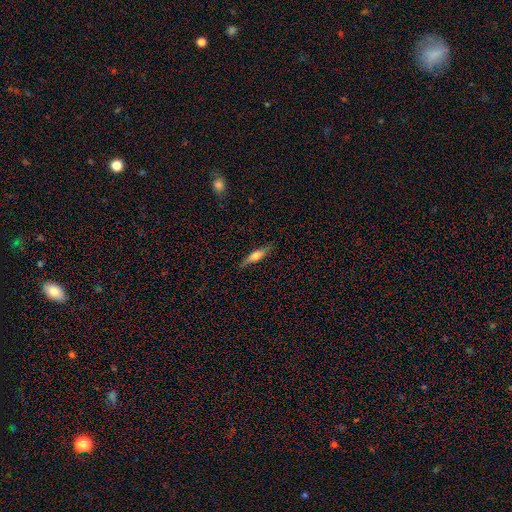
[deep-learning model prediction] This is possibly a smooth galaxy (58%). How rounded: likely cigar-shaped (71%). Merging: clearly none (81%).